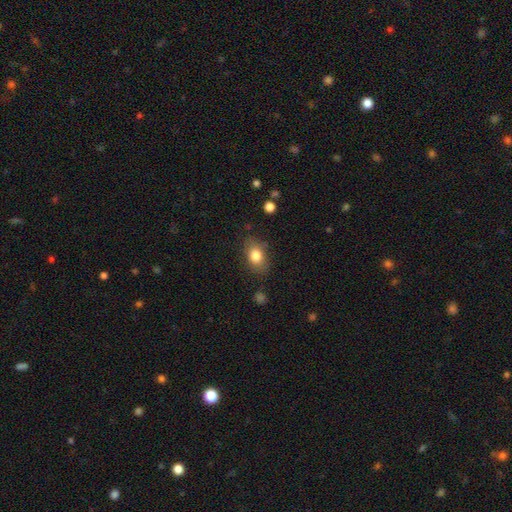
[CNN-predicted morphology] A smooth galaxy with no disk features (81%) that is in between round and cigar-shaped (77%).

Vote fractions:
- Smooth or featured? smooth: 81% / featured or disk: 11% / star or artifact: 9%
- How rounded? in between: 77% / round: 22% / cigar-shaped: 2%
- Merging? none: 78% / minor disturbance: 16% / major disturbance: 4% / merger: 2%